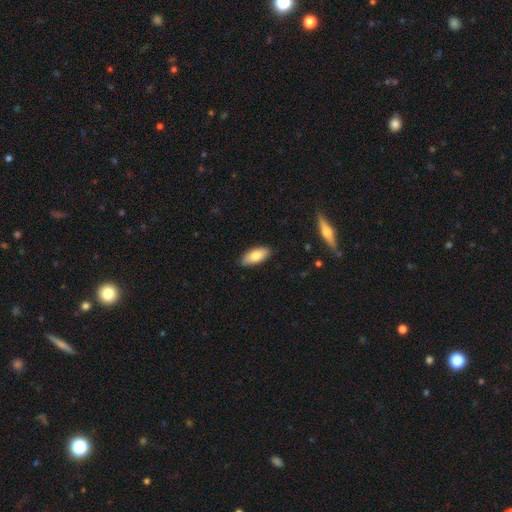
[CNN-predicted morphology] smooth 79%, featured or disk 14%, star or artifact 6%. Down the decision tree: how rounded — in between (86%); merging — none (87%).